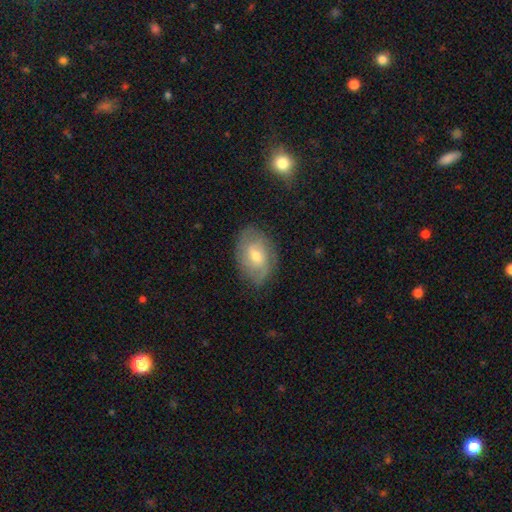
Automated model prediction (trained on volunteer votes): This is possibly a featured or disk galaxy (58%). It is clearly not viewed edge-on (94%). Bar: possibly no (52%). Spiral arm pattern: likely yes (79%). Central bulge: likely moderate (60%). Merging: likely none (74%).